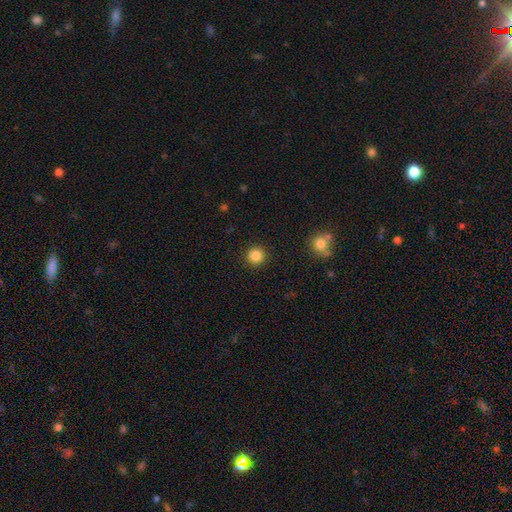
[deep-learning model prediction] This is clearly a smooth galaxy (86%). How rounded: clearly round (95%). Merging: clearly none (92%).